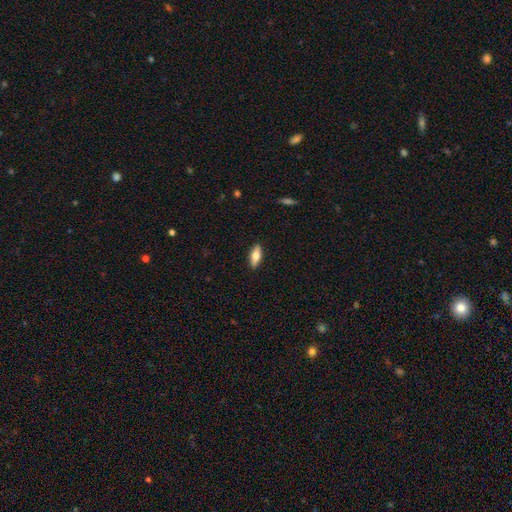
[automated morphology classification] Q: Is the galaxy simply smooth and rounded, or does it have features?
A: smooth — 62%.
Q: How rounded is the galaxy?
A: in between — 69%.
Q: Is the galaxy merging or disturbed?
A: none — 89%.